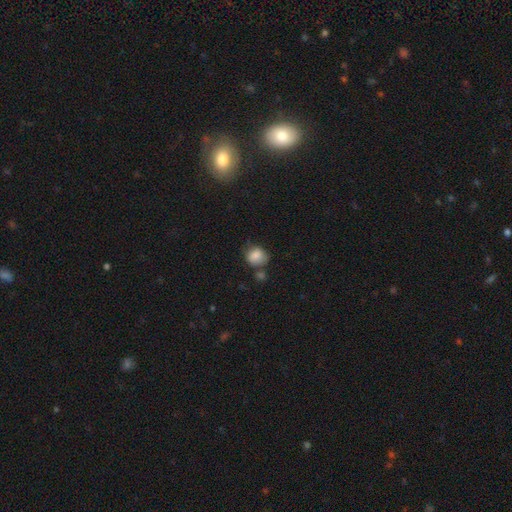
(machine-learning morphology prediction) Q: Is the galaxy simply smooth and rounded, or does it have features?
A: smooth — 83%.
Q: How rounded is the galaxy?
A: round — 58%.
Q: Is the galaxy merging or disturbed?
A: none — 52%.